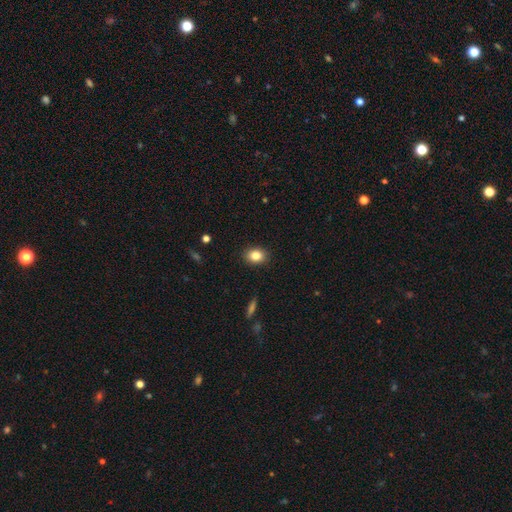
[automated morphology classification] This appears to be a smooth galaxy with no disk features (83%) that is in between round and cigar-shaped (60%). Merging: none (90%).